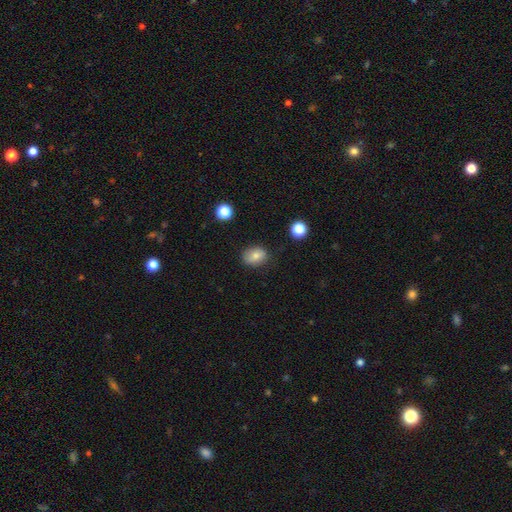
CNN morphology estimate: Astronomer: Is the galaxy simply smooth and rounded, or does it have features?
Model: smooth — 78%.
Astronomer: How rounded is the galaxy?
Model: in between — 63%.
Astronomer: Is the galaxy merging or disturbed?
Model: none — 78%.